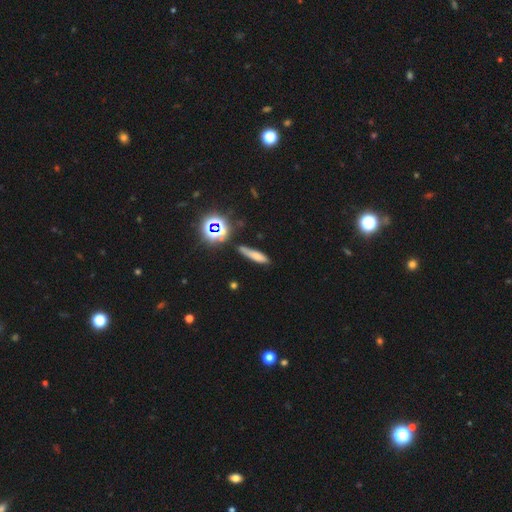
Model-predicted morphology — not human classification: Overall: smooth (66%). How rounded: cigar-shaped (75%). Merging: none (69%).